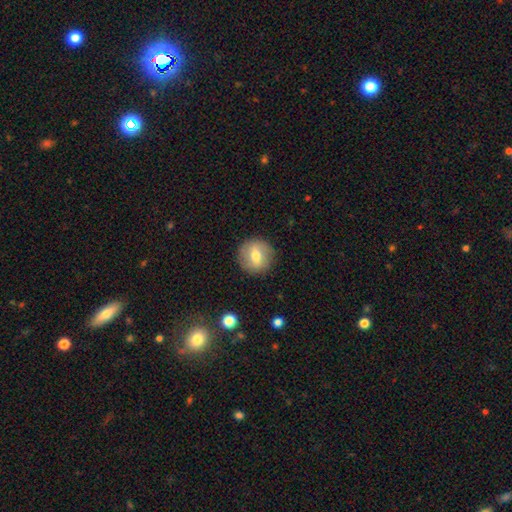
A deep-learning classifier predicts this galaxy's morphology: The model was most divided on "smooth or featured": smooth: 61%, featured or disk: 31%, star or artifact: 8%. More confident: how rounded — round (92%); merging — none (88%).